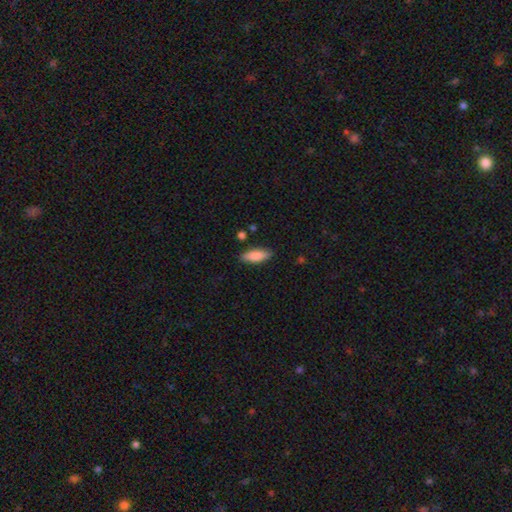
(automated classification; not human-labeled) Overall: smooth (84%). How rounded: in between (64%; cigar-shaped 34%). Merging: none (85%).